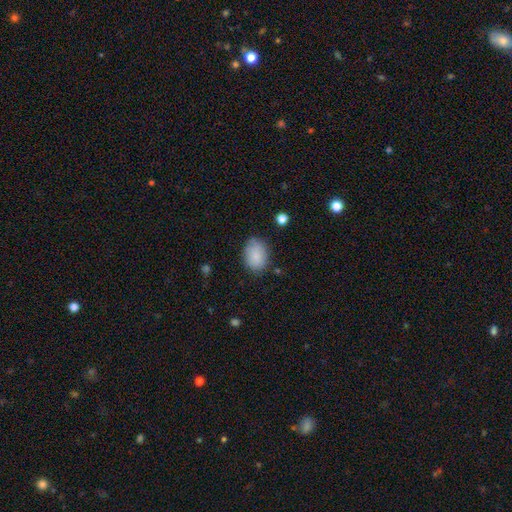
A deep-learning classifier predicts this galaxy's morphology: smooth_or_featured: smooth (p=0.85) [alt: featured or disk p=0.08]
how_rounded: in between (p=0.77) [alt: round p=0.22]
merging: none (p=0.75) [alt: minor disturbance p=0.18]